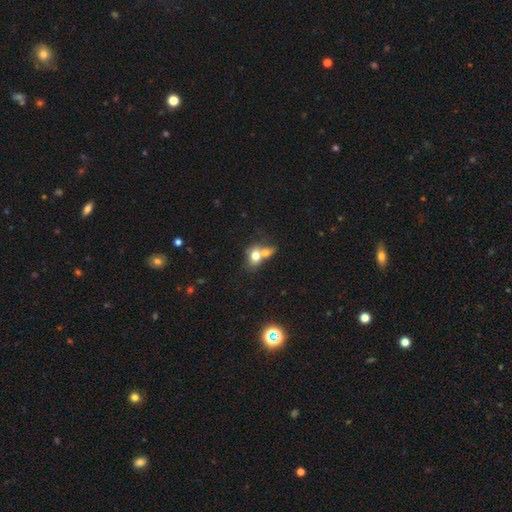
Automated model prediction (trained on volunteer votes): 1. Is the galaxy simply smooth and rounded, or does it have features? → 70% smooth, 20% featured or disk, 10% star or artifact.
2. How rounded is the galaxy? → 57% in between, 41% round, 2% cigar-shaped.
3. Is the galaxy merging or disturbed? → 68% merger, 19% none, 7% minor disturbance, 5% major disturbance.